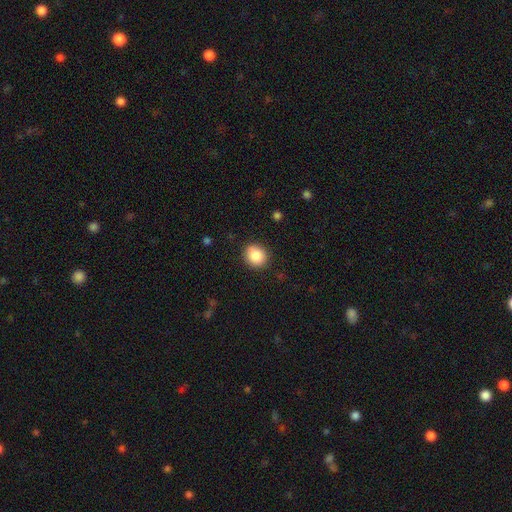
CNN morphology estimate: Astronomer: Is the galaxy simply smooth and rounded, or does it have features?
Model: smooth — 87%.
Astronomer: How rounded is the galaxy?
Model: round — 74%.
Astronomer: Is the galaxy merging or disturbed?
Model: none — 88%.